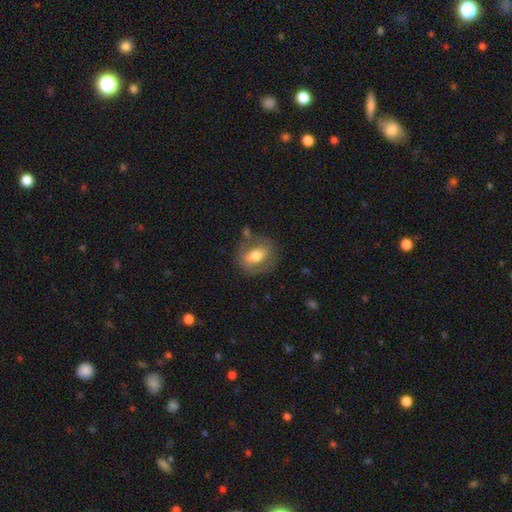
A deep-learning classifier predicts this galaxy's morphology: A smooth galaxy with no disk features (56%) that is in between round and cigar-shaped (57%). Merging: none (68%).